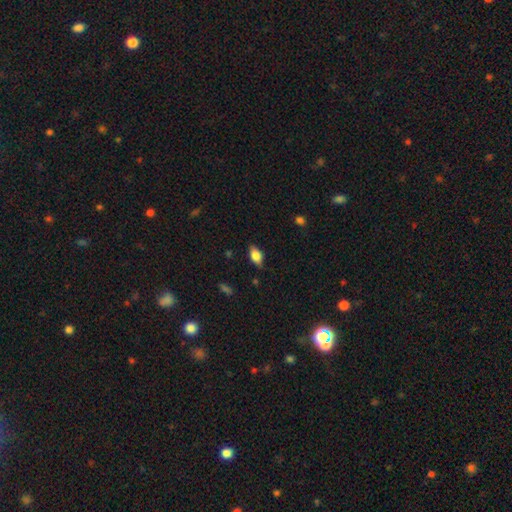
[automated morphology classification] type=smooth (70%); roundness=in between (86%); merging=none (81%).